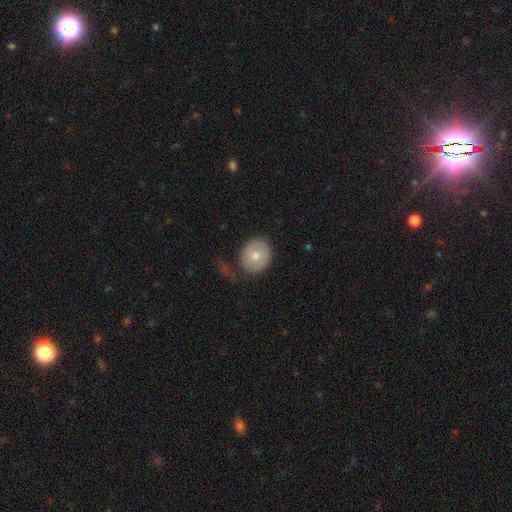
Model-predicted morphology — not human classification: Smooth or featured: smooth — 66% (featured or disk — 28%)
How rounded: round — 75% (in between — 24%)
Merging: none — 57% (minor disturbance — 25%)